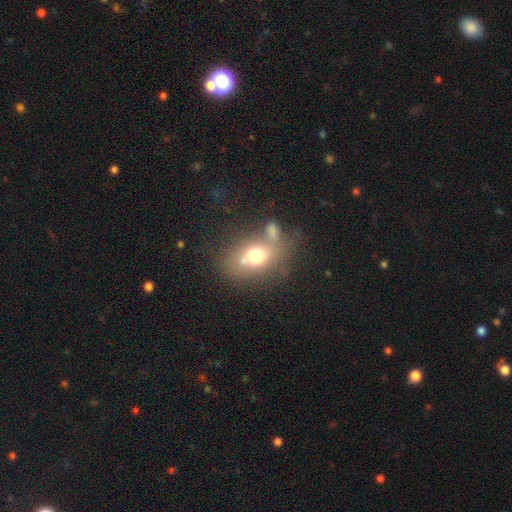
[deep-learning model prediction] This is likely a smooth galaxy (63%). How rounded: likely in between (63%). Merging: marginally none (42%).